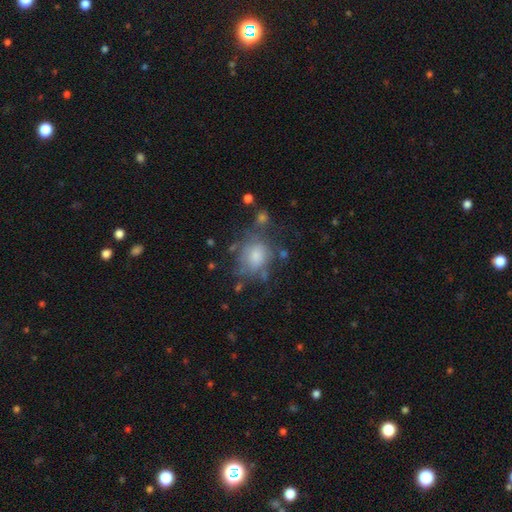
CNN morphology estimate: Smooth or featured? Predicted: smooth (p=0.54). How rounded? Predicted: round (p=0.63). Merging? Predicted: none (p=0.54).